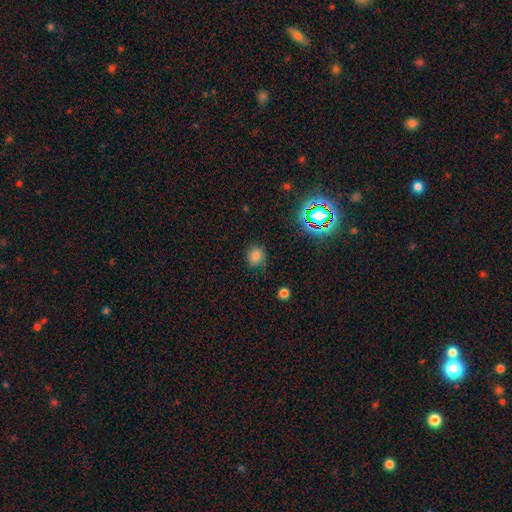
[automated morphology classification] The model was most divided on "how rounded": round: 76%, in between: 23%, cigar-shaped: 1%. More confident: merging — none (79%); smooth or featured — smooth (75%).